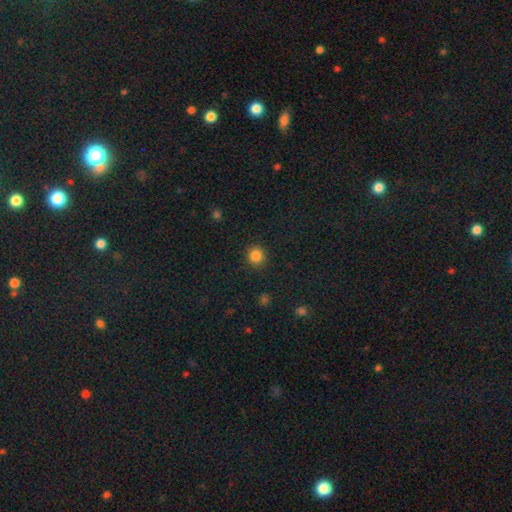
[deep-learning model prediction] The model was most divided on "smooth or featured": smooth: 85%, star or artifact: 12%, featured or disk: 4%. More confident: how rounded — round (92%); merging — none (91%).